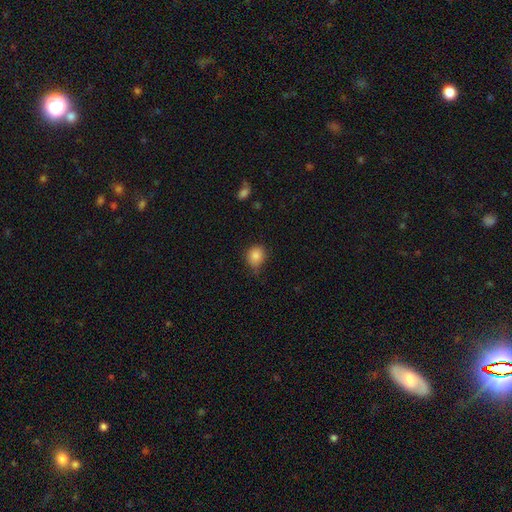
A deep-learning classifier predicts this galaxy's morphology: type=smooth (84%); roundness=round (74%); merging=none (68%).